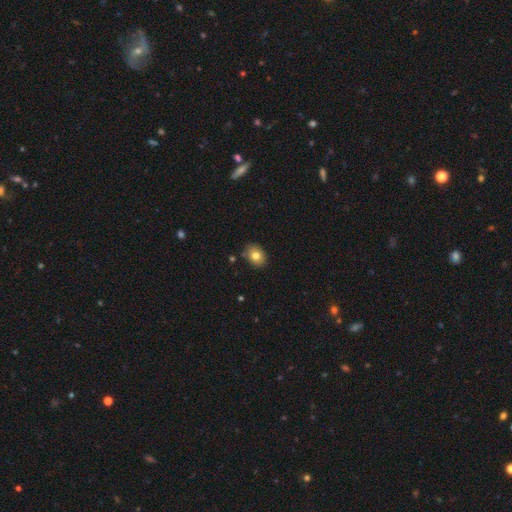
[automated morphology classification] Smooth or featured? Predicted: smooth (p=0.80). How rounded? Predicted: in between (p=0.68). Merging? Predicted: none (p=0.84).